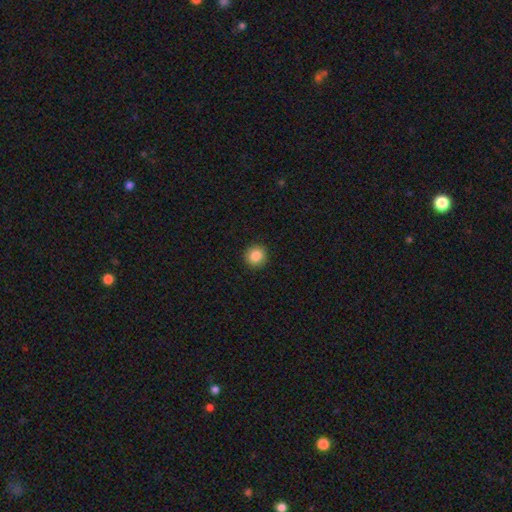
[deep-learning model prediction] Smooth or featured?
  - smooth: 86% *
  - star or artifact: 10%
  - featured or disk: 5%
How rounded?
  - round: 93% *
  - in between: 6%
  - cigar-shaped: 1%
Merging?
  - none: 92% *
  - minor disturbance: 6%
  - major disturbance: 2%
  - merger: 1%